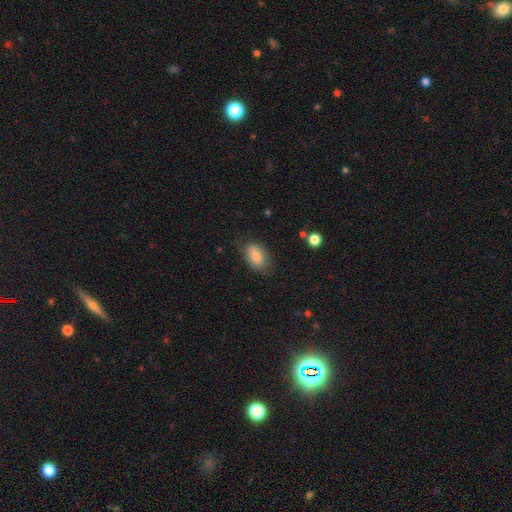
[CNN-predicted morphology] Smooth or featured? smooth (83%)
How rounded? in between (90%)
Merging? none (73%)